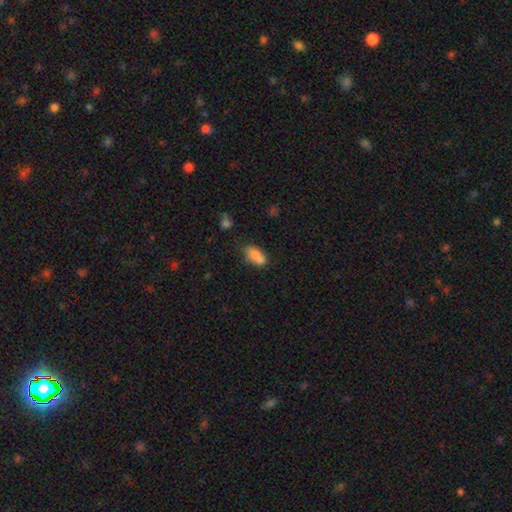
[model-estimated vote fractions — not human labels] Smooth or featured? Predicted: smooth (p=0.73). How rounded? Predicted: in between (p=0.81). Merging? Predicted: merger (p=0.43).